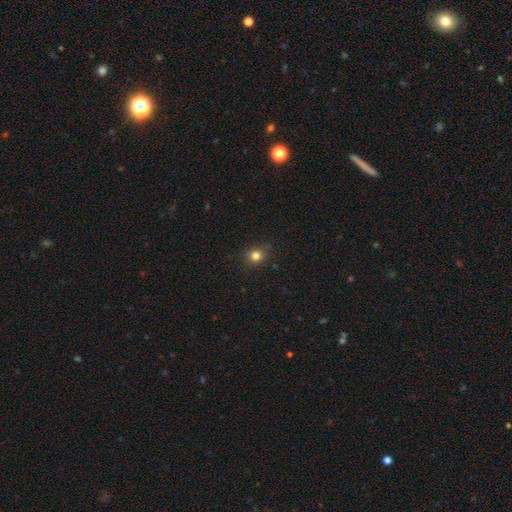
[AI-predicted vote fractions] Morphology: type=smooth (80%); roundness=round (78%); merging=none (84%).